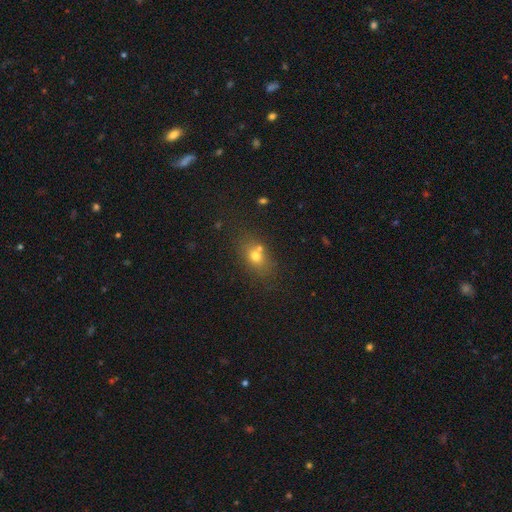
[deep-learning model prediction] smooth_or_featured: smooth (p=0.68) [alt: featured or disk p=0.17]
how_rounded: in between (p=0.63) [alt: round p=0.34]
merging: none (p=0.60) [alt: merger p=0.23]